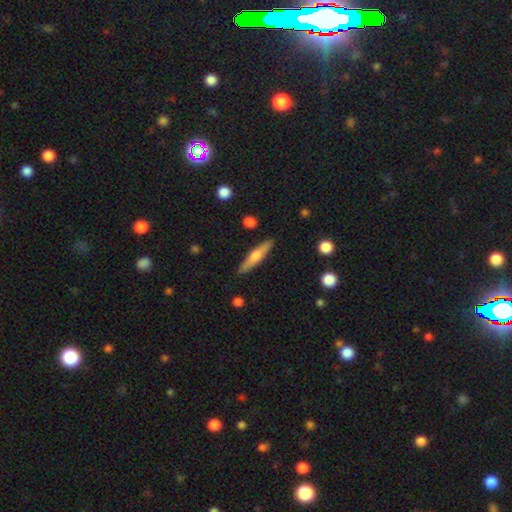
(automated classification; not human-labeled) Smooth or featured: smooth — 49% (featured or disk — 45%)
Merging: none — 89% (minor disturbance — 8%)